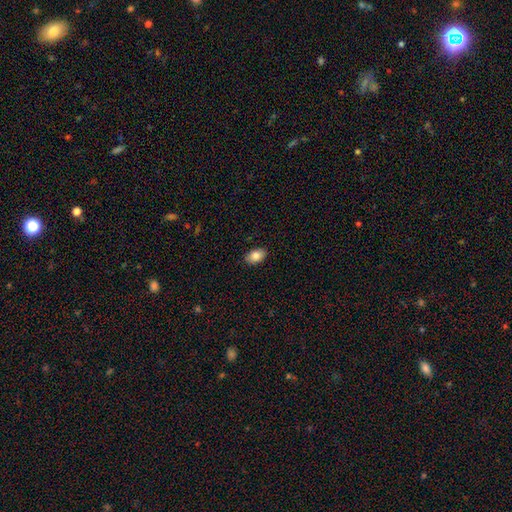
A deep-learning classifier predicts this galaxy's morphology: Smooth or featured?
  - smooth: 86% *
  - star or artifact: 8%
  - featured or disk: 6%
How rounded?
  - in between: 88% *
  - round: 11%
  - cigar-shaped: 1%
Merging?
  - none: 88% *
  - minor disturbance: 9%
  - major disturbance: 2%
  - merger: 1%